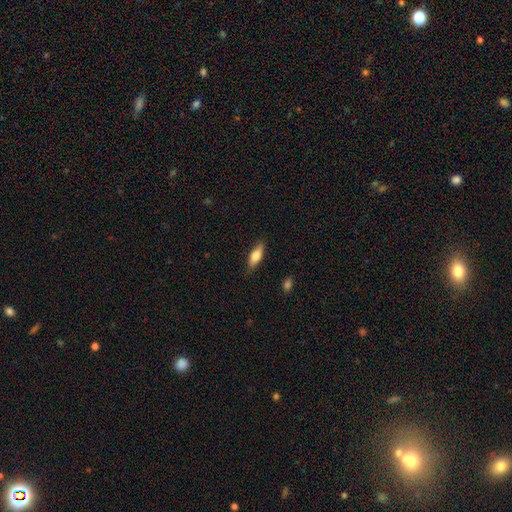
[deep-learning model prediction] Morphology: type=smooth (70%); roundness=in between (63%); merging=none (82%).